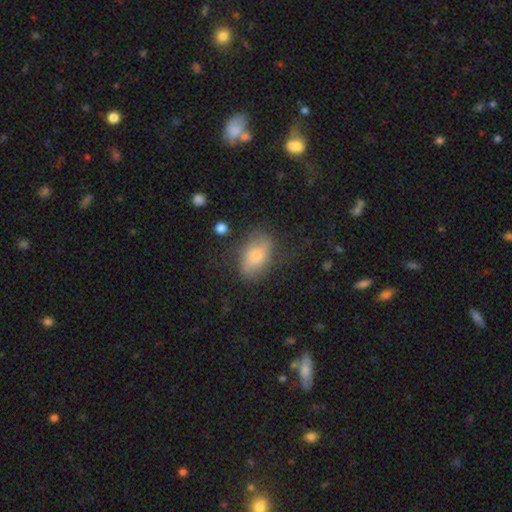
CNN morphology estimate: This appears to be a smooth galaxy with no disk features (58%) that is in between round and cigar-shaped (87%). Merging: none (71%).